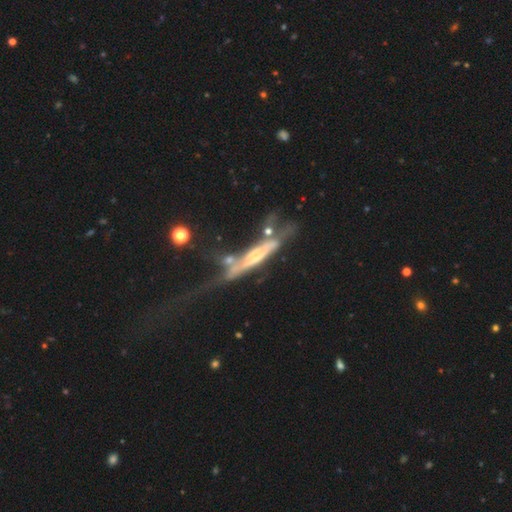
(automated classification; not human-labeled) Smooth or featured? Predicted: featured or disk (p=0.71). Edge-on disk? Predicted: yes (p=0.71). Edge-on bulge? Predicted: rounded (p=0.48). Merging? Predicted: major disturbance (p=0.33).